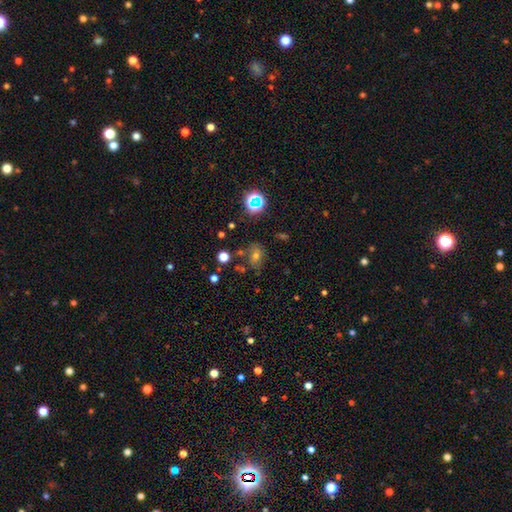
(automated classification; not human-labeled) Smooth or featured?
  - smooth: 55% *
  - star or artifact: 28%
  - featured or disk: 17%
How rounded?
  - in between: 58% *
  - round: 40%
  - cigar-shaped: 2%
Merging?
  - none: 66% *
  - minor disturbance: 19%
  - merger: 8%
  - major disturbance: 7%